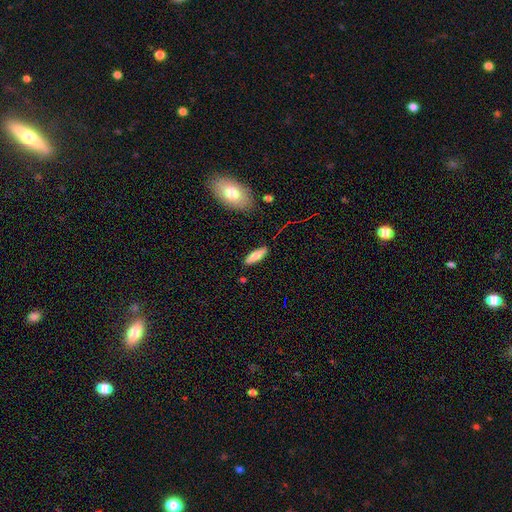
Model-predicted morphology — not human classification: Smooth or featured: smooth — 73% (featured or disk — 21%)
How rounded: cigar-shaped — 55% (in between — 43%)
Merging: none — 87% (minor disturbance — 9%)